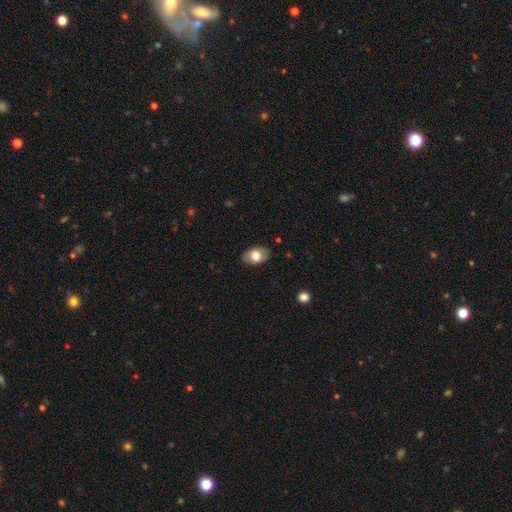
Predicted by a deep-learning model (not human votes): smooth 73%, featured or disk 20%, star or artifact 7%. Down the decision tree: how rounded — in between (89%); merging — none (85%).